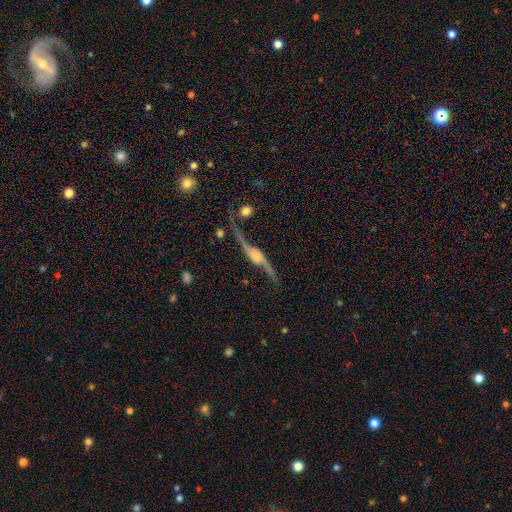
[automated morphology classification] type=featured or disk (88%); edge-on=no (54%); merging=none (62%).